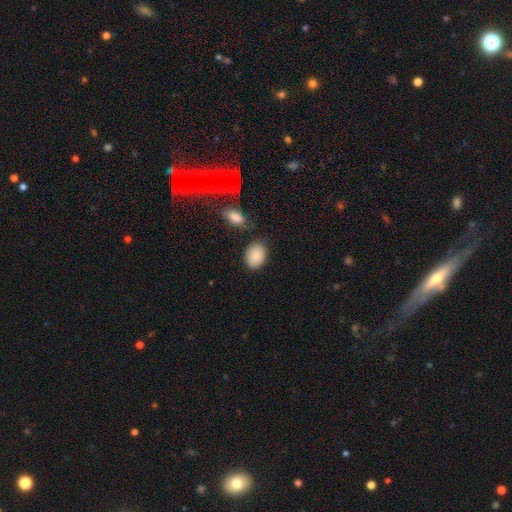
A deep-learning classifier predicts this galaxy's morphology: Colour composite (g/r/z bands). It shows a smooth galaxy with no disk features (87%) that is in between round and cigar-shaped (77%). Merging: none (77%).